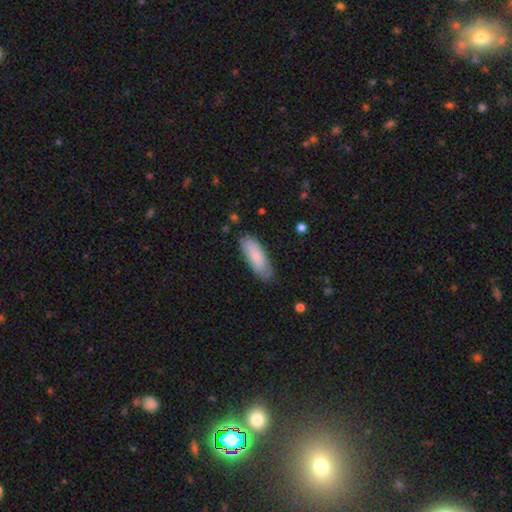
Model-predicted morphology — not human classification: Q: Smooth or featured?
A: smooth (79%); runner-up: featured or disk (16%)
Q: How rounded?
A: in between (66%); runner-up: cigar-shaped (32%)
Q: Merging?
A: none (74%); runner-up: minor disturbance (21%)